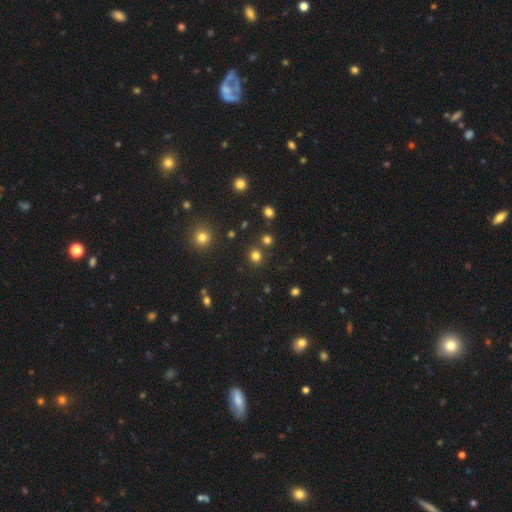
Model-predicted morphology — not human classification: Smooth or featured: smooth — 77% (star or artifact — 18%)
How rounded: round — 92% (in between — 7%)
Merging: none — 83% (merger — 7%)